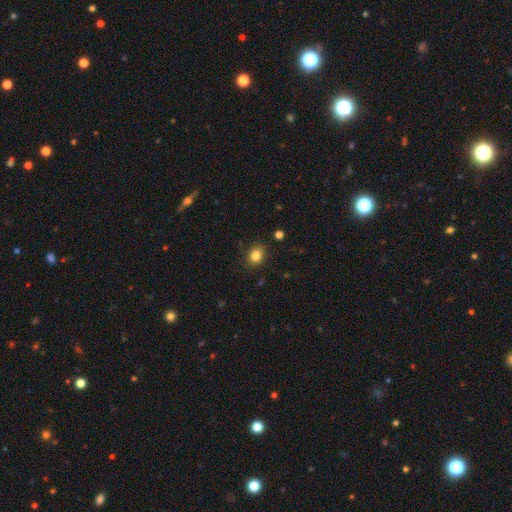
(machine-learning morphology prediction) The model was most divided on "how rounded": round: 57%, in between: 42%, cigar-shaped: 1%. More confident: merging — none (85%); smooth or featured — smooth (83%).